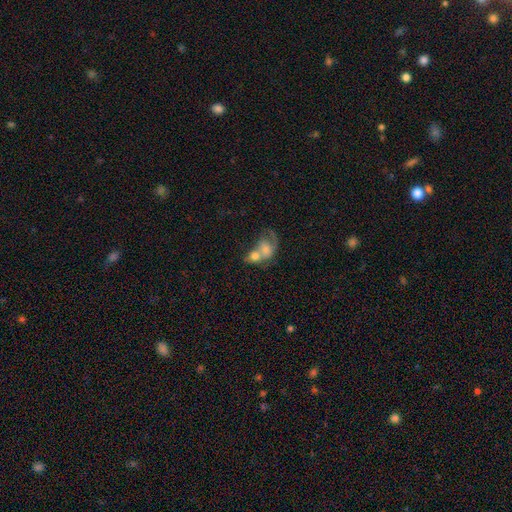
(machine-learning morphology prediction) type=smooth (57%); roundness=in between (66%); merging=merger (73%).